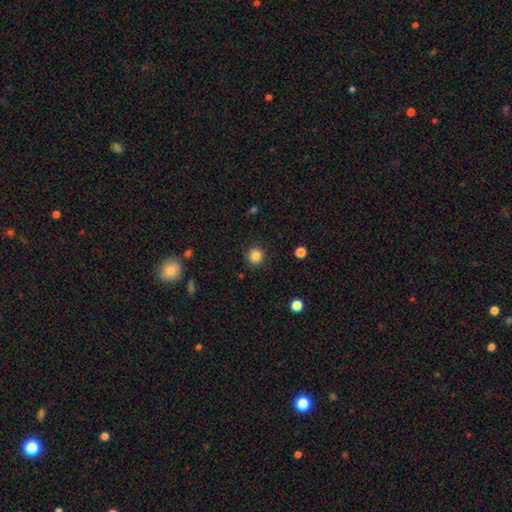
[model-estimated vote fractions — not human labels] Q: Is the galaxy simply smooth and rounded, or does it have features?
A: smooth — 85%.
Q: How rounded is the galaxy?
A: round — 94%.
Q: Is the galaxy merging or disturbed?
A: none — 90%.